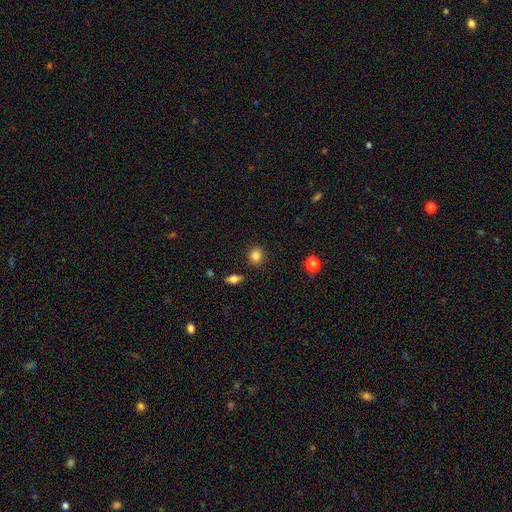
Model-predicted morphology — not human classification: Smooth or featured: smooth — 85% (star or artifact — 10%)
How rounded: round — 80% (in between — 18%)
Merging: none — 87% (minor disturbance — 8%)